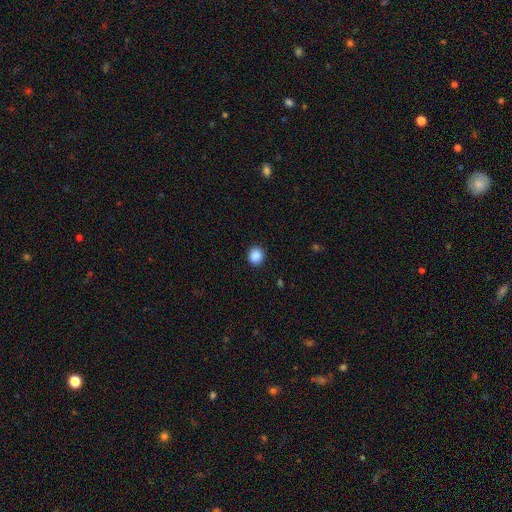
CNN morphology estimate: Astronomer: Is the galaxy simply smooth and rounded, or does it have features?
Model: smooth — 88%.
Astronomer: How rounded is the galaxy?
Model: round — 85%.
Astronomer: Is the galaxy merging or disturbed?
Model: none — 91%.